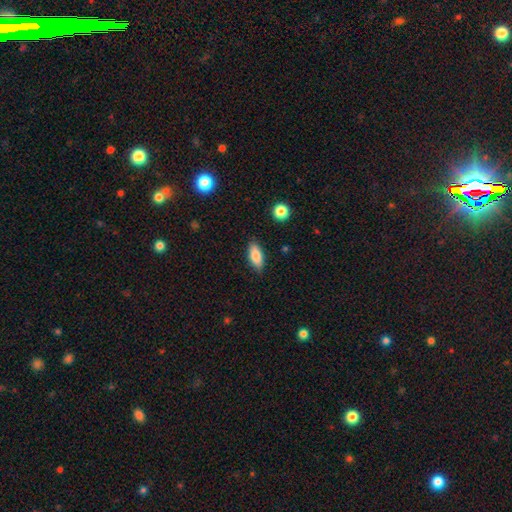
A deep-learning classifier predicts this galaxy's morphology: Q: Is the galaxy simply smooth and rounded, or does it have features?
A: smooth — 83%.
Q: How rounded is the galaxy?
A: in between — 82%.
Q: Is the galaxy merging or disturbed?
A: none — 85%.